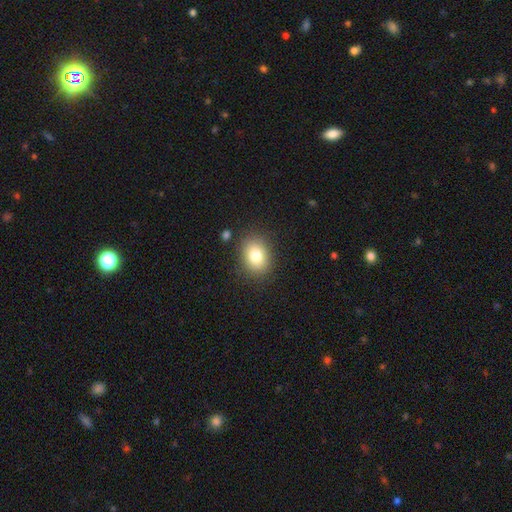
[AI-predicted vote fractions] Q: Smooth or featured?
A: smooth (81%); runner-up: star or artifact (10%)
Q: How rounded?
A: in between (60%); runner-up: round (39%)
Q: Merging?
A: none (85%); runner-up: minor disturbance (9%)